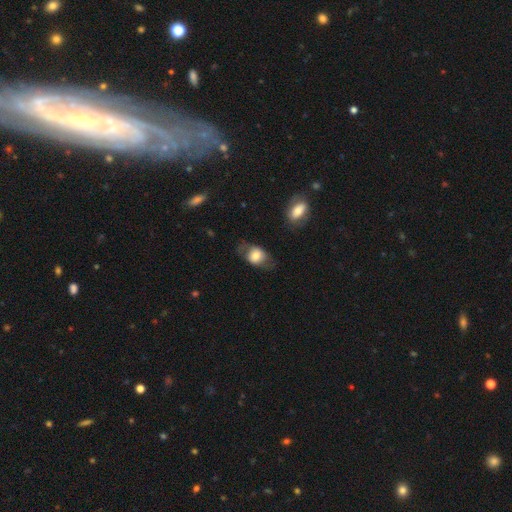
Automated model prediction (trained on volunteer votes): smooth_or_featured: smooth (p=0.64) [alt: featured or disk p=0.29]
how_rounded: in between (p=0.71) [alt: round p=0.27]
merging: none (p=0.62) [alt: minor disturbance p=0.22]